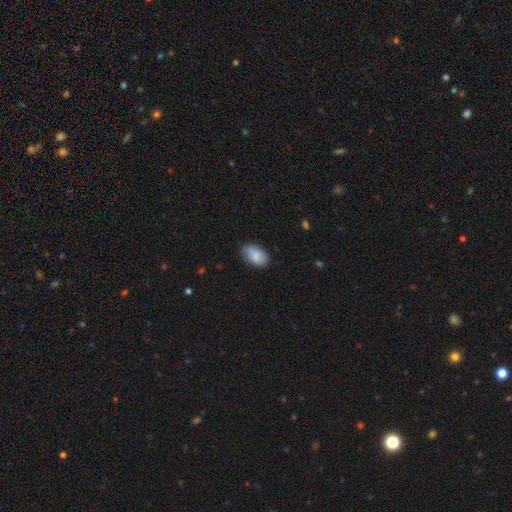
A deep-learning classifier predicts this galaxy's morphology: Q: Smooth or featured?
A: smooth (84%); runner-up: featured or disk (9%)
Q: How rounded?
A: in between (92%); runner-up: round (6%)
Q: Merging?
A: none (78%); runner-up: minor disturbance (18%)